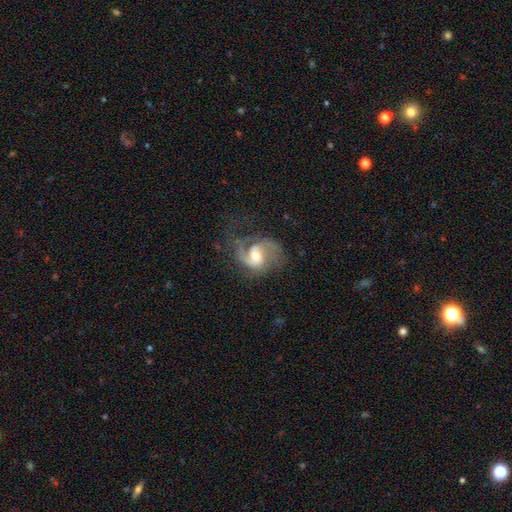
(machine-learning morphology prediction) smooth_or_featured: featured or disk (p=0.84) [alt: smooth p=0.10]
disk_edge_on: no (p=0.98) [alt: yes p=0.02]
bar: weak (p=0.45) [alt: no p=0.43]
has_spiral_arms: yes (p=0.95) [alt: no p=0.05]
spiral_winding: medium (p=0.49) [alt: loose p=0.32]
spiral_arm_count: 2 (p=0.67) [alt: 1 p=0.15]
bulge_size: moderate (p=0.65) [alt: small p=0.24]
merging: none (p=0.51) [alt: major disturbance p=0.26]